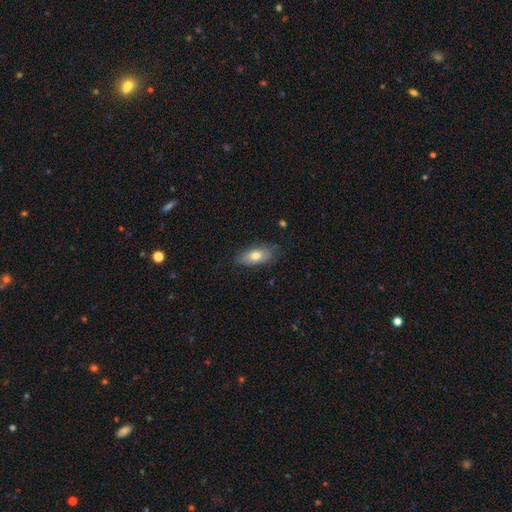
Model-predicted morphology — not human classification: Smooth or featured: smooth — 71% (featured or disk — 23%)
How rounded: in between — 87% (cigar-shaped — 9%)
Merging: none — 78% (minor disturbance — 17%)